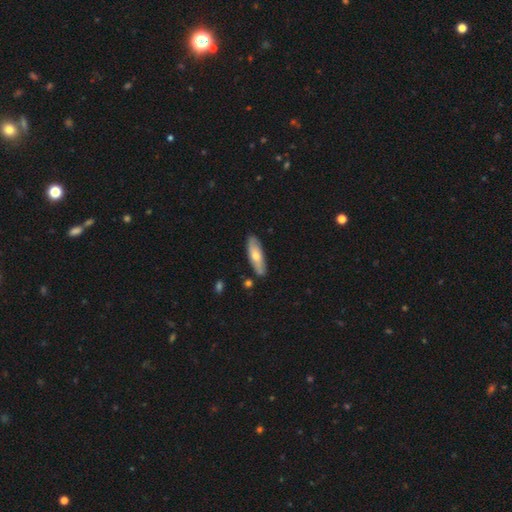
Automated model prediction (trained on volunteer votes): A smooth galaxy with no disk features (59%) that is in between round and cigar-shaped (50%).

Vote fractions:
- Smooth or featured? smooth: 59% / featured or disk: 35% / star or artifact: 6%
- How rounded? in between: 50% / cigar-shaped: 47% / round: 2%
- Merging? none: 84% / minor disturbance: 11% / merger: 3% / major disturbance: 2%